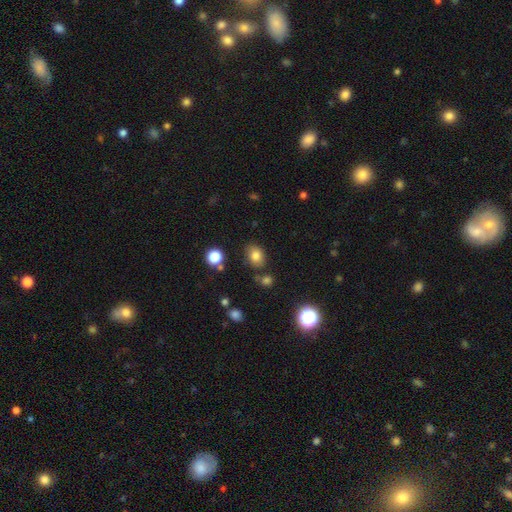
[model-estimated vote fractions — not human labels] A smooth galaxy with no disk features (80%) that is in between round and cigar-shaped (59%).

Vote fractions:
- Smooth or featured? smooth: 80% / star or artifact: 13% / featured or disk: 8%
- How rounded? in between: 59% / round: 40% / cigar-shaped: 1%
- Merging? none: 77% / minor disturbance: 13% / merger: 6% / major disturbance: 4%